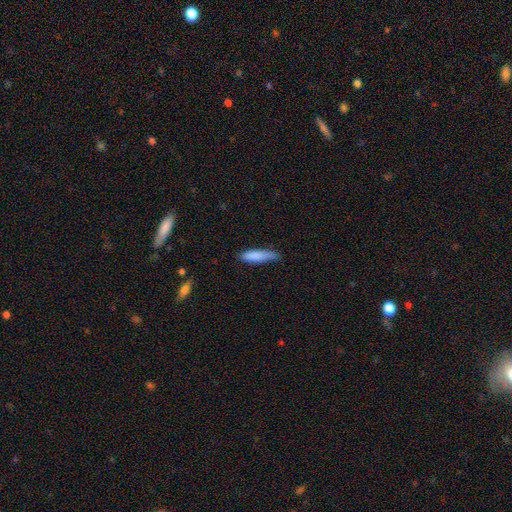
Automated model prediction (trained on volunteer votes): Smooth or featured? Predicted: smooth (p=0.83). How rounded? Predicted: cigar-shaped (p=0.76). Merging? Predicted: none (p=0.66).